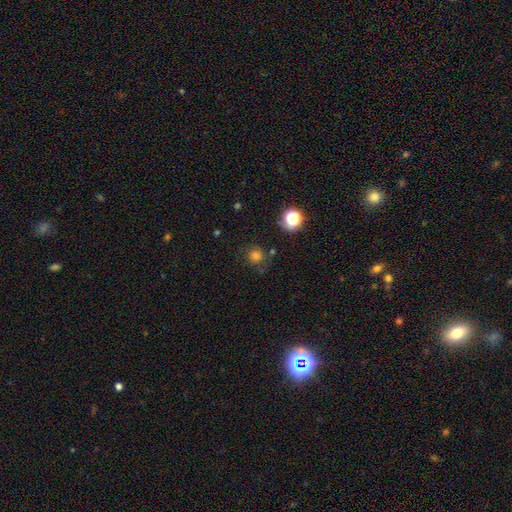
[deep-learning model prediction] Smooth or featured? Predicted: smooth (p=0.74). How rounded? Predicted: round (p=0.90). Merging? Predicted: none (p=0.73).